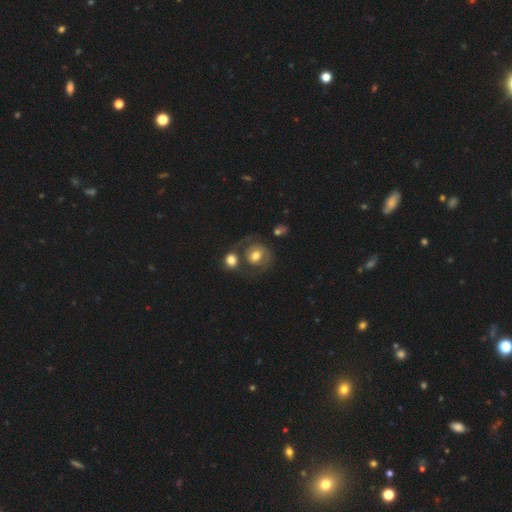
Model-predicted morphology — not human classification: A featured or disk galaxy (48%). Merging: none (49%).